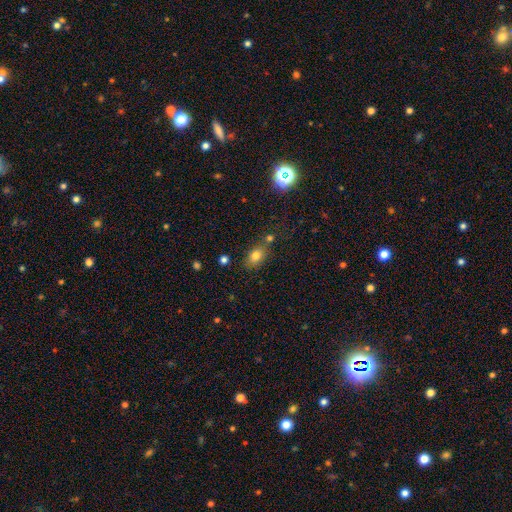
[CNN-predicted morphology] Q: Smooth or featured?
A: smooth (78%); runner-up: star or artifact (12%)
Q: How rounded?
A: in between (78%); runner-up: round (19%)
Q: Merging?
A: none (68%); runner-up: minor disturbance (14%)